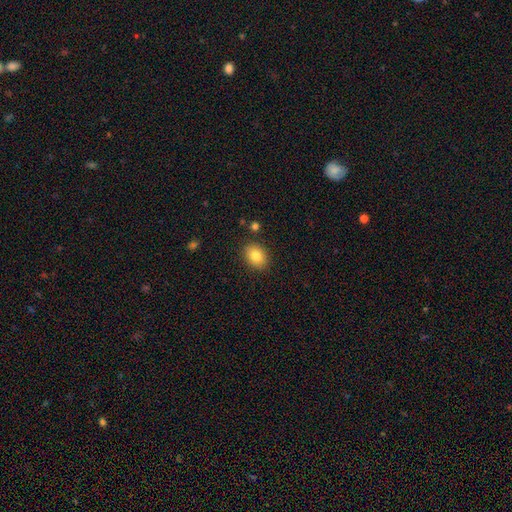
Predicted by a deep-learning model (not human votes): The model was most divided on "how rounded": in between: 66%, round: 33%, cigar-shaped: 1%. More confident: merging — none (88%); smooth or featured — smooth (82%).